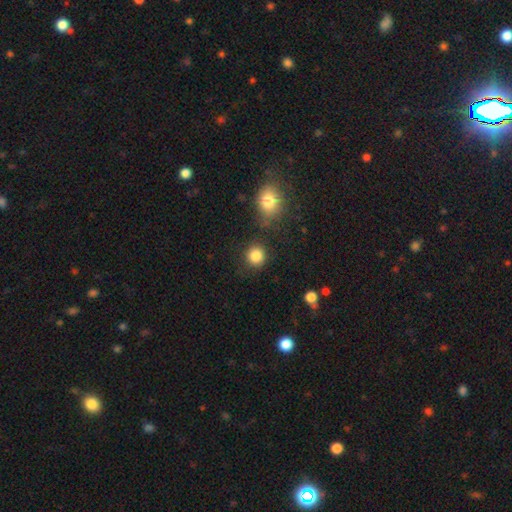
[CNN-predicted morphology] The model was most divided on "smooth or featured": smooth: 86%, star or artifact: 10%, featured or disk: 4%. More confident: how rounded — round (90%); merging — none (84%).